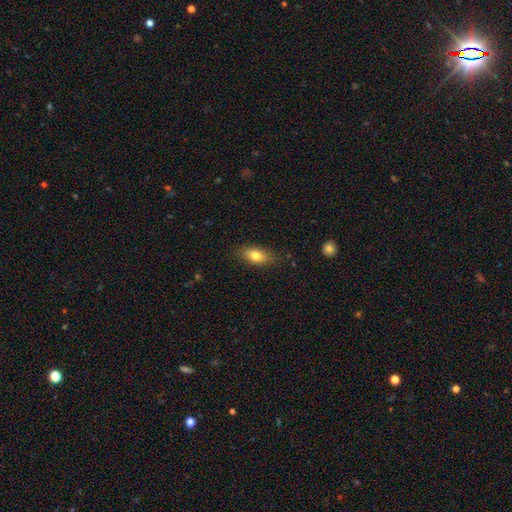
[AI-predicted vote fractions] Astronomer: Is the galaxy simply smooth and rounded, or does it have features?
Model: smooth — 77%.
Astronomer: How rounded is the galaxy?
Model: in between — 83%.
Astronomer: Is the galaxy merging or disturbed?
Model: none — 81%.